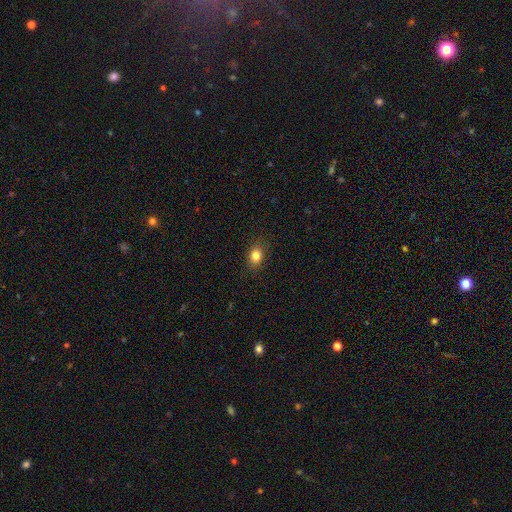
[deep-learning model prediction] A smooth galaxy with no disk features (81%) that is in between round and cigar-shaped (57%). Merging: none (85%).